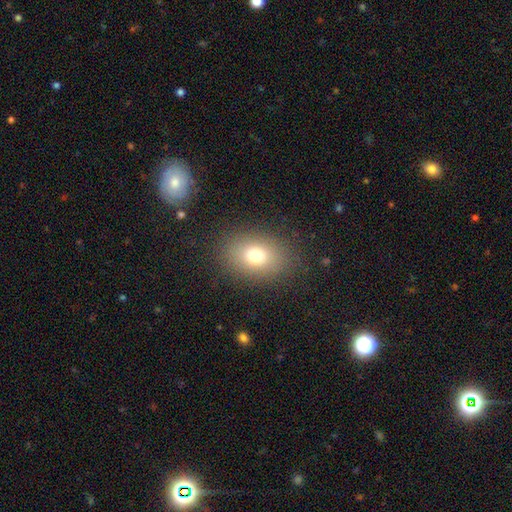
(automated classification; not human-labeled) A smooth galaxy with no disk features (75%) that is in between round and cigar-shaped (68%). Merging: none (86%).